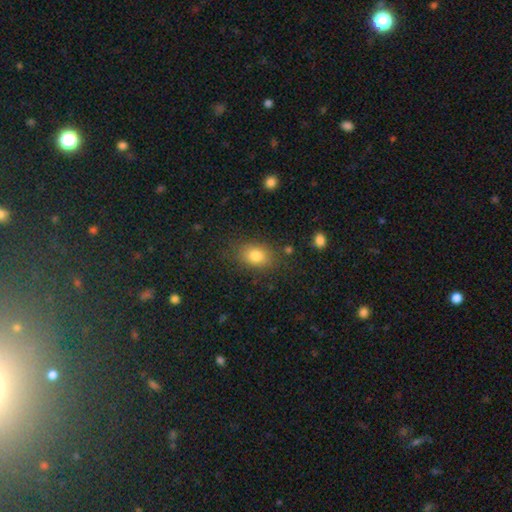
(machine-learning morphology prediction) smooth-or-featured: smooth: 81% | star or artifact: 11% | featured or disk: 9%
  how-rounded: in between: 71% | round: 27% | cigar-shaped: 1%
  merging: none: 81% | minor disturbance: 12% | major disturbance: 4% | merger: 2%